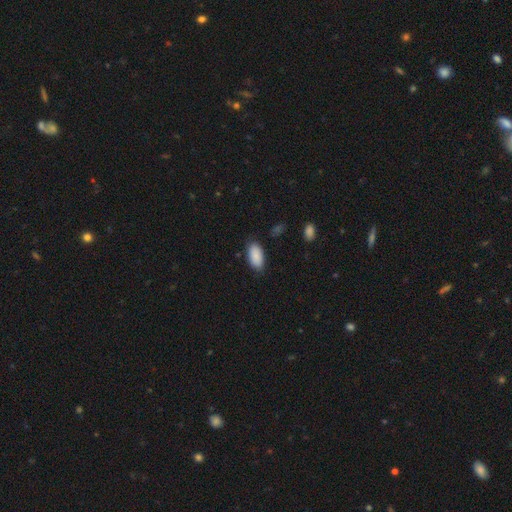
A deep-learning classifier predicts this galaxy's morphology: type=smooth (90%); roundness=in between (94%); merging=none (84%).